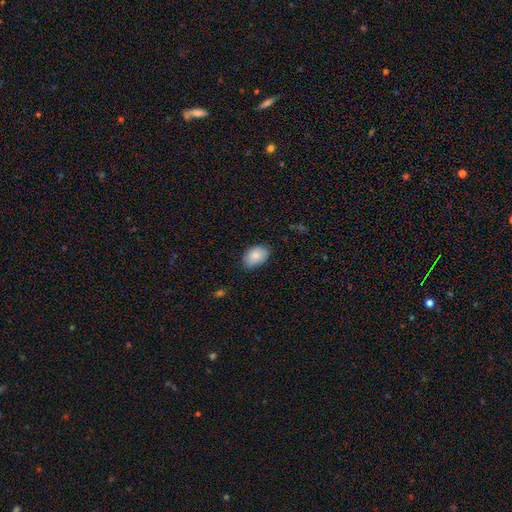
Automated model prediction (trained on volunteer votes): This is clearly a smooth galaxy (84%). How rounded: clearly in between (84%). Merging: likely none (78%).